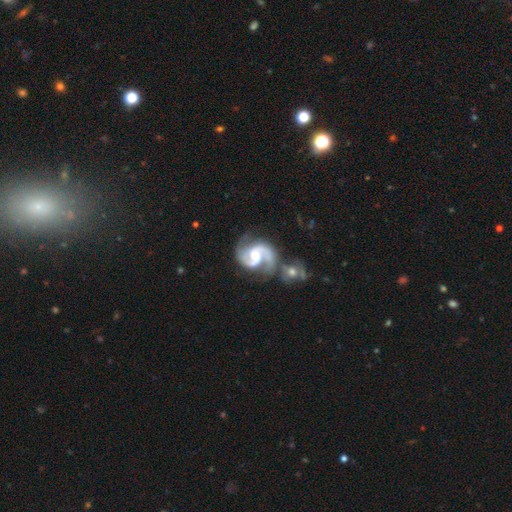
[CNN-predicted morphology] type=featured or disk (92%); edge-on=no (98%); bar=weak (47%); spiral arms=yes (98%); winding=medium (61%); arm count=2 (92%); bulge=moderate (49%); merging=none (46%).